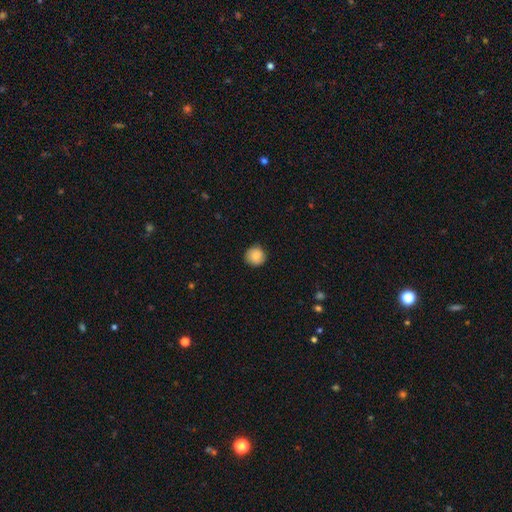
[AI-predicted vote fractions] Smooth or featured? Predicted: smooth (p=0.86). How rounded? Predicted: round (p=0.94). Merging? Predicted: none (p=0.89).